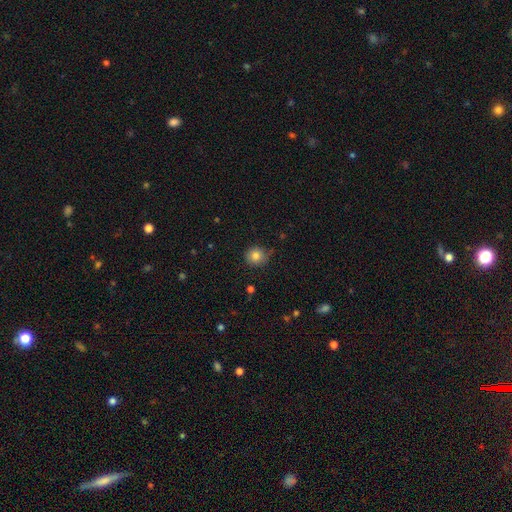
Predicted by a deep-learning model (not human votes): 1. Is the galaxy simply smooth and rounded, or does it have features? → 81% smooth, 11% star or artifact, 8% featured or disk.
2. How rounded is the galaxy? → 90% round, 9% in between, 1% cigar-shaped.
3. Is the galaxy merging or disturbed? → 79% none, 17% minor disturbance, 3% major disturbance, 2% merger.